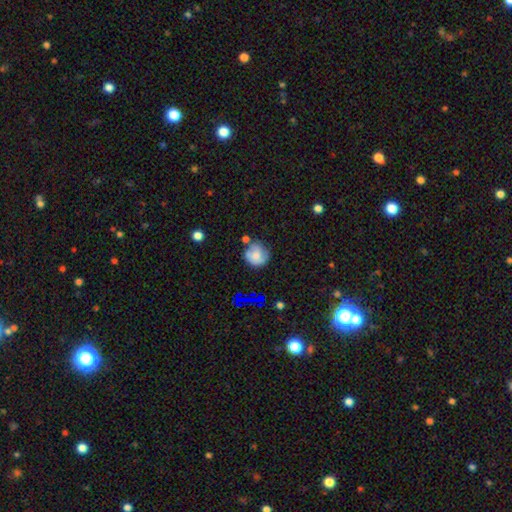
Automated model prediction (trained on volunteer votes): smooth_or_featured: smooth (p=0.45) [alt: featured or disk p=0.43]
merging: none (p=0.59) [alt: minor disturbance p=0.23]